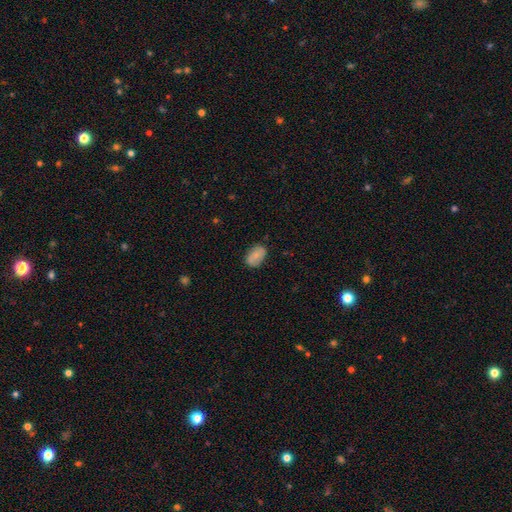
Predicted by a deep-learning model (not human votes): Smooth or featured: smooth — 78% (featured or disk — 14%)
How rounded: in between — 88% (round — 10%)
Merging: none — 78% (minor disturbance — 17%)